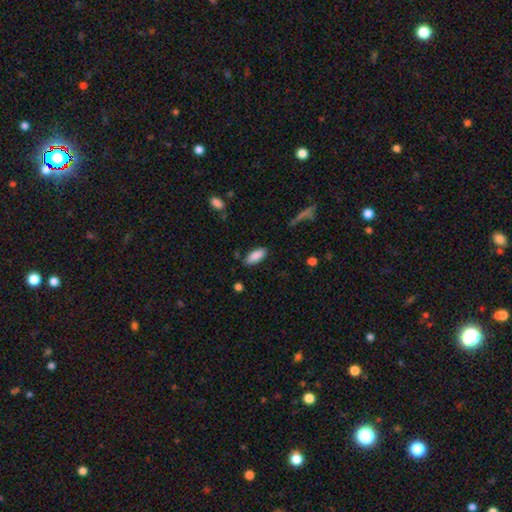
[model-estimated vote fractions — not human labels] This appears to be a smooth galaxy with no disk features (88%) that is in between round and cigar-shaped (83%). Merging: none (83%).